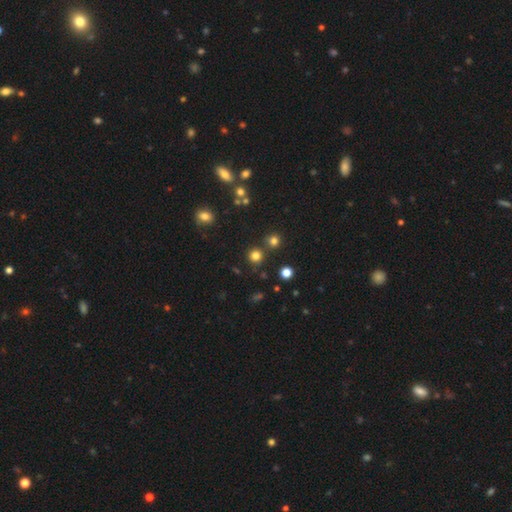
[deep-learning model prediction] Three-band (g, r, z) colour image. It shows a smooth galaxy with no disk features (78%) that is round (93%). Merging: none (83%).